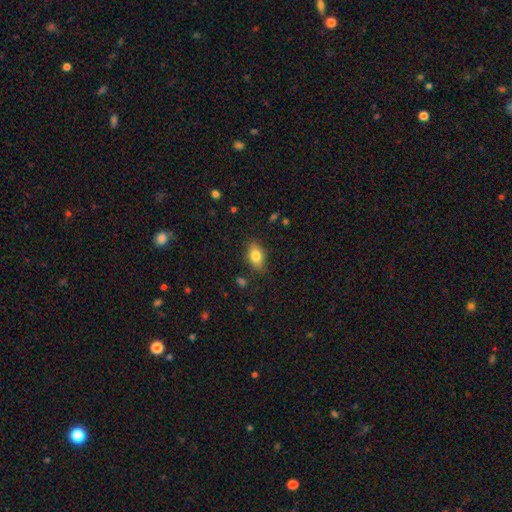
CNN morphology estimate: smooth_or_featured: smooth (p=0.80) [alt: featured or disk p=0.11]
how_rounded: in between (p=0.84) [alt: round p=0.12]
merging: none (p=0.82) [alt: minor disturbance p=0.13]